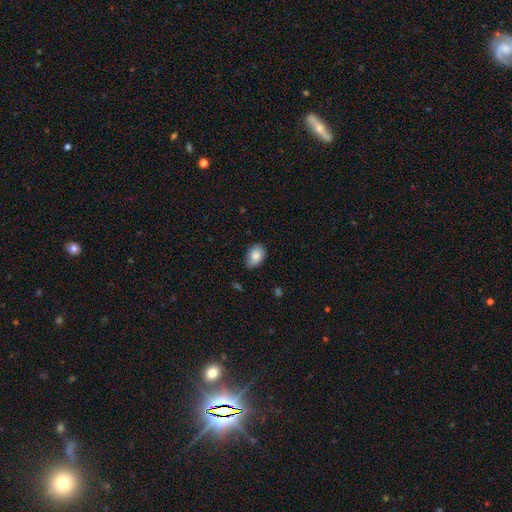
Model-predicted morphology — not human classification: This appears to be a smooth galaxy with no disk features (85%) that is in between round and cigar-shaped (85%). Merging: none (69%).